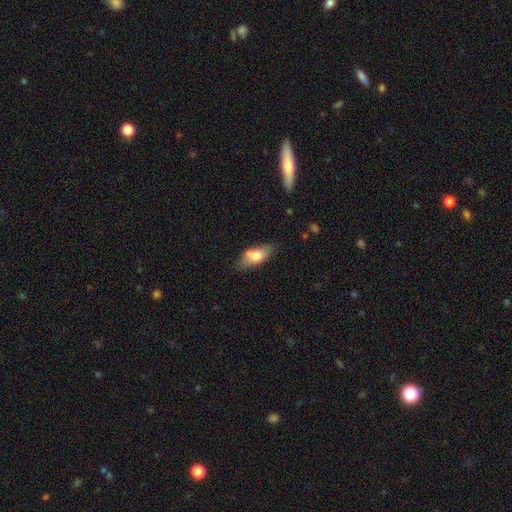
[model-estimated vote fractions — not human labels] Smooth or featured?
  - smooth: 73% *
  - featured or disk: 21%
  - star or artifact: 7%
How rounded?
  - in between: 82% *
  - cigar-shaped: 15%
  - round: 4%
Merging?
  - none: 65% *
  - minor disturbance: 26%
  - major disturbance: 6%
  - merger: 3%